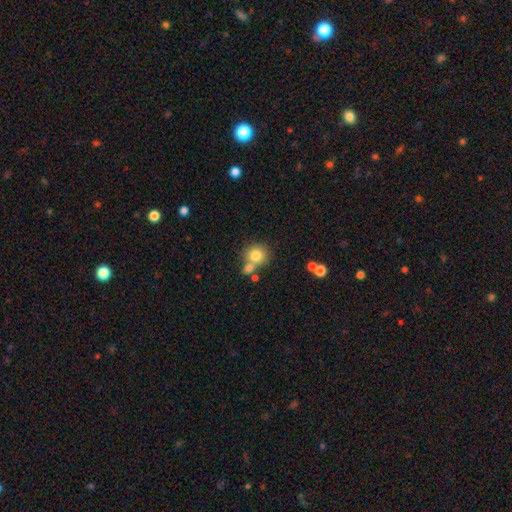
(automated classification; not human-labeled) This is likely a smooth galaxy (79%). How rounded: clearly round (86%). Merging: possibly none (57%).